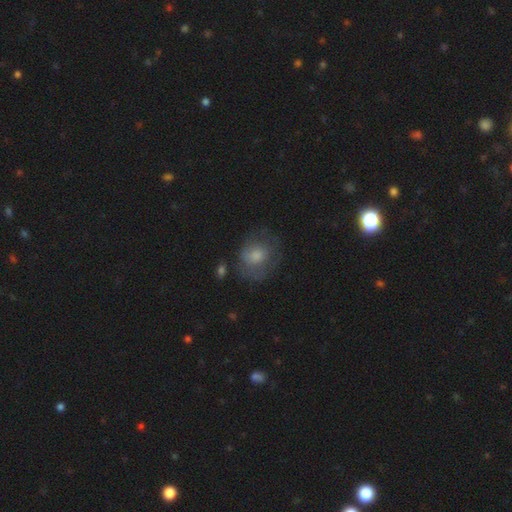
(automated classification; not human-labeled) smooth_or_featured: smooth (p=0.49) [alt: featured or disk p=0.36]
merging: none (p=0.65) [alt: minor disturbance p=0.20]